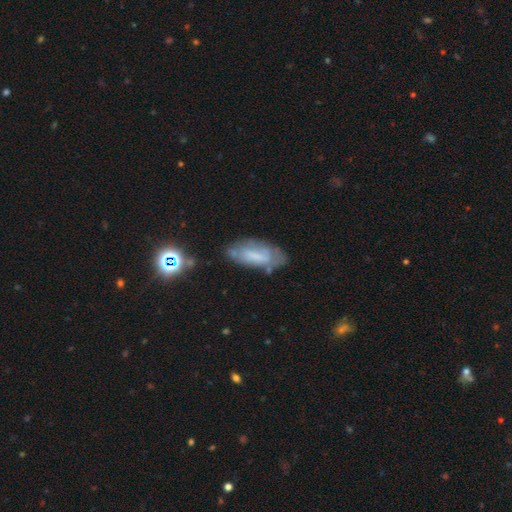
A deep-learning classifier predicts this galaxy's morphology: This is possibly a smooth galaxy (49%). Merging: possibly none (59%).